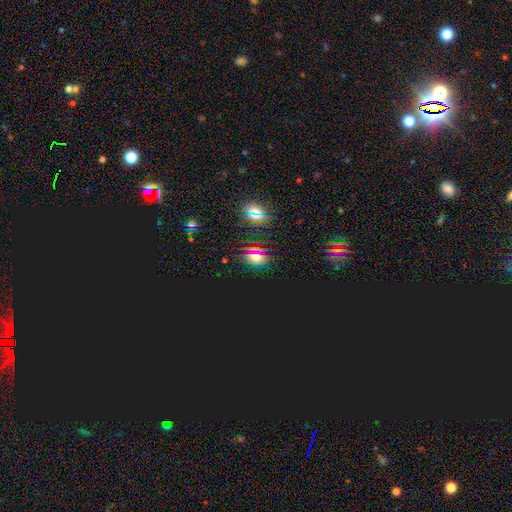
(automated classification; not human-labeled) A star or artifact, not a galaxy (67%).

Vote fractions:
- Smooth or featured? star or artifact: 67% / smooth: 22% / featured or disk: 11%